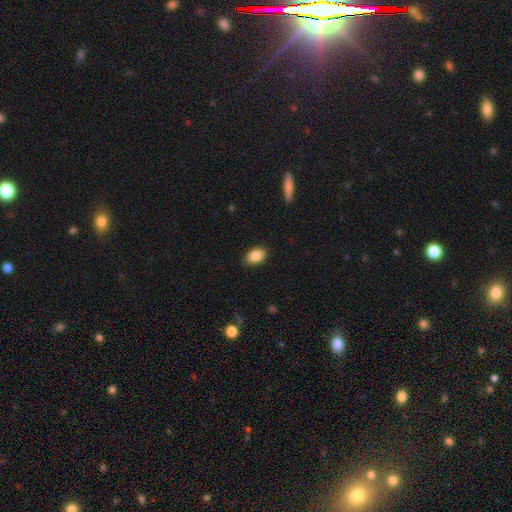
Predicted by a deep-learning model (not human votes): Morphology: type=smooth (88%); roundness=in between (82%); merging=none (87%).